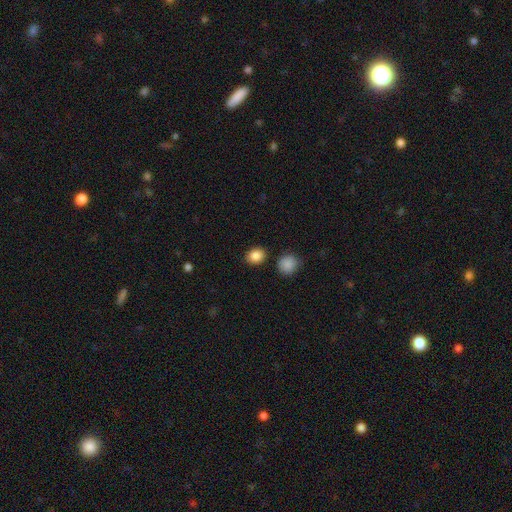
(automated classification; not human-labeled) Smooth or featured: smooth — 87% (star or artifact — 9%)
How rounded: round — 51% (in between — 48%)
Merging: none — 85% (minor disturbance — 8%)